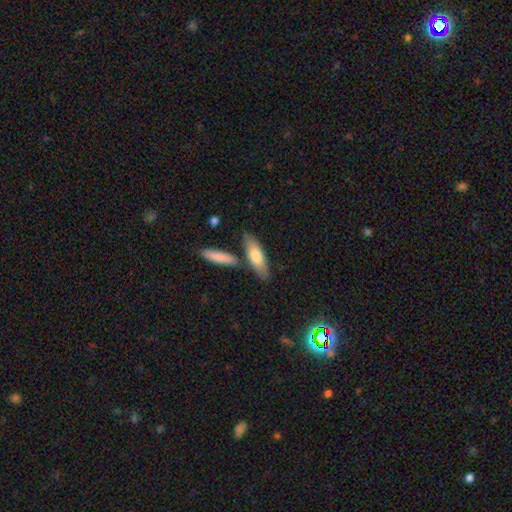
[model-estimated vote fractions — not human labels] Q: Smooth or featured?
A: smooth (74%); runner-up: featured or disk (21%)
Q: How rounded?
A: in between (49%); runner-up: cigar-shaped (48%)
Q: Merging?
A: none (73%); runner-up: merger (13%)